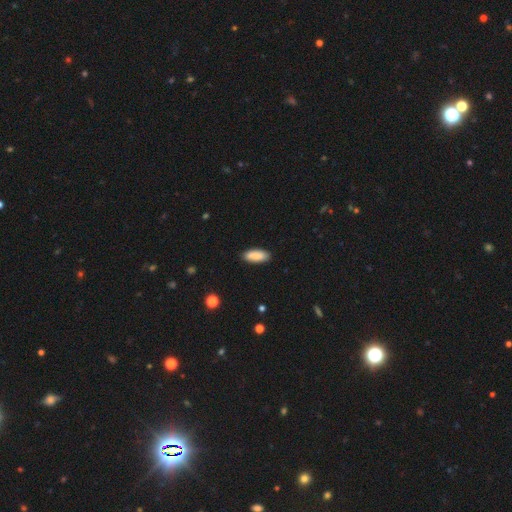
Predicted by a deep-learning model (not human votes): Smooth or featured?
  - smooth: 87% *
  - featured or disk: 7%
  - star or artifact: 6%
How rounded?
  - in between: 79% *
  - cigar-shaped: 19%
  - round: 2%
Merging?
  - none: 89% *
  - minor disturbance: 8%
  - major disturbance: 2%
  - merger: 1%